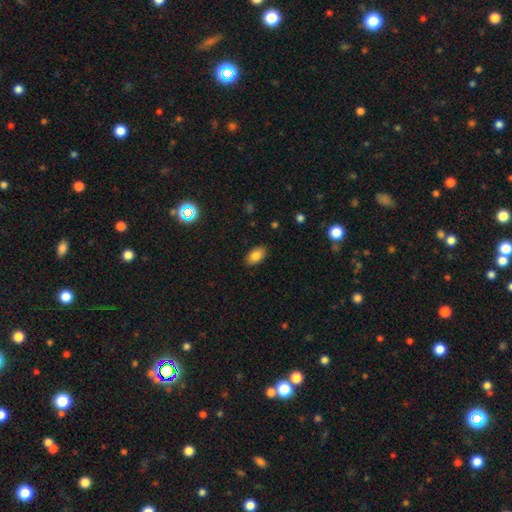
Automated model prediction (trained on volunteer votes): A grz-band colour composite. It shows a smooth galaxy with no disk features (84%) that is in between round and cigar-shaped (92%). Merging: none (87%).